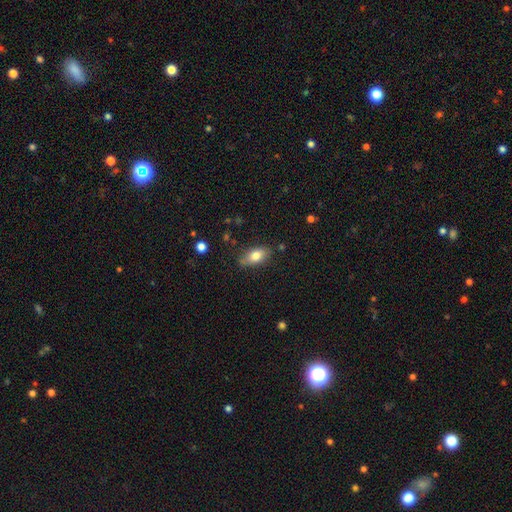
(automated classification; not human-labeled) smooth 79%, featured or disk 14%, star or artifact 8%. Down the decision tree: how rounded — in between (88%); merging — none (77%).